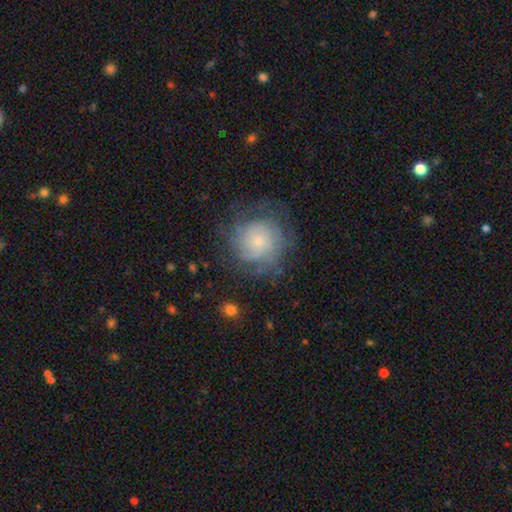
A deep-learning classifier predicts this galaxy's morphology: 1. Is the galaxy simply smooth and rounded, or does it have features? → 53% featured or disk, 36% smooth, 11% star or artifact.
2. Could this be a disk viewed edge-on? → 97% no, 3% yes.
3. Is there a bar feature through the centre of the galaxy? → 82% no, 16% weak, 2% strong.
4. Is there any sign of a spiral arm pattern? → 83% yes, 17% no.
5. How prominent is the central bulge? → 71% small, 19% moderate, 5% none, 3% large, 1% dominant.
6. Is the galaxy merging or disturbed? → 67% none, 19% minor disturbance, 12% major disturbance, 1% merger.